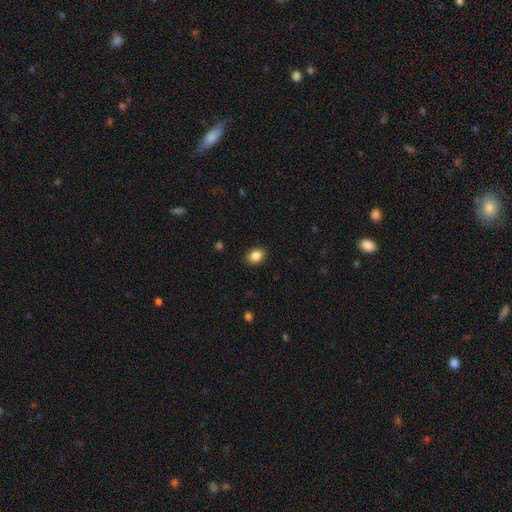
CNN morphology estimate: A smooth galaxy with no disk features (87%) that is in between round and cigar-shaped (69%). Merging: none (88%).